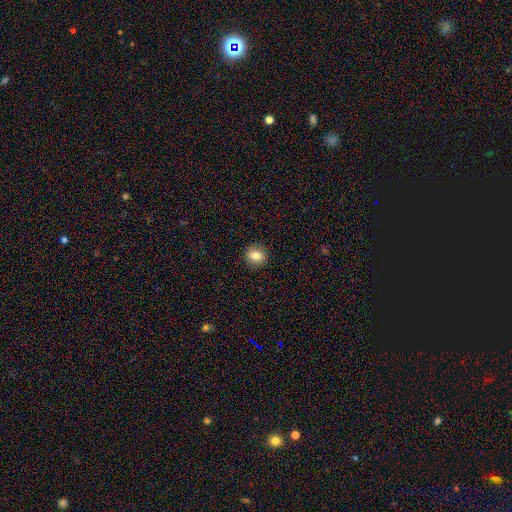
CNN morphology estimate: smooth 80%, featured or disk 11%, star or artifact 10%. Down the decision tree: how rounded — round (70%); merging — none (90%).